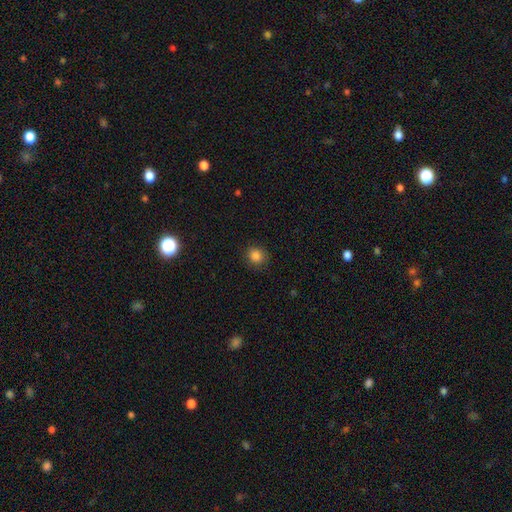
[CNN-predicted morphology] A smooth galaxy with no disk features (85%) that is round (85%).

Vote fractions:
- Smooth or featured? smooth: 85% / star or artifact: 11% / featured or disk: 4%
- How rounded? round: 85% / in between: 14% / cigar-shaped: 1%
- Merging? none: 88% / minor disturbance: 8% / major disturbance: 2% / merger: 1%